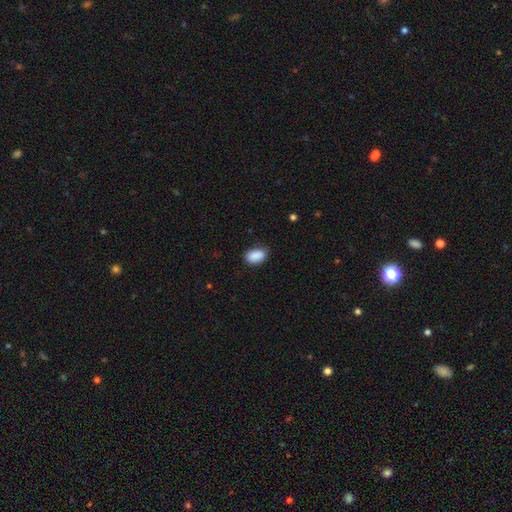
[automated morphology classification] Smooth or featured? smooth (90%)
How rounded? in between (89%)
Merging? none (79%)